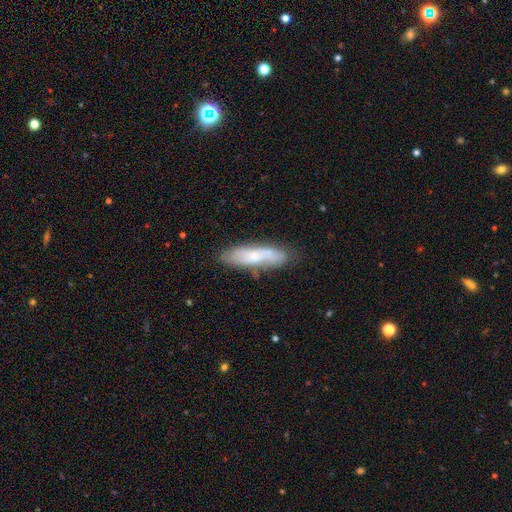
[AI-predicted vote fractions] Overall: smooth (54%; featured or disk 39%). How rounded: cigar-shaped (62%; in between 36%). Merging: none (71%).